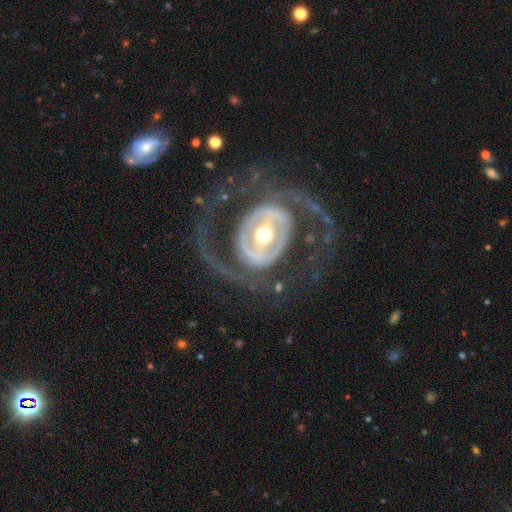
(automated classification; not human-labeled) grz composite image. It shows a featured or disk galaxy (86%) with a strong bar (49%), 2 (82%) loose (40%) spiral arms (77%) and a moderate central bulge (72%). Merging: none (61%).